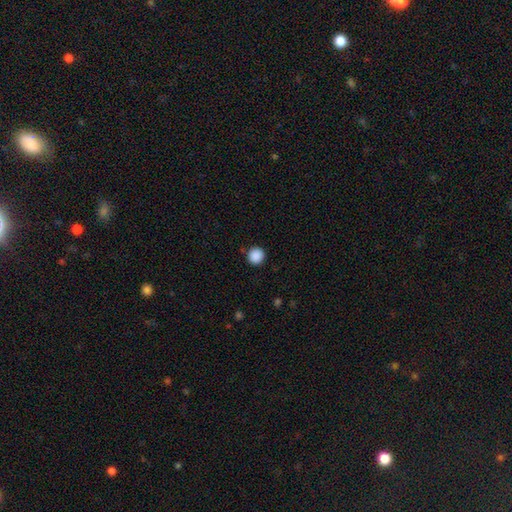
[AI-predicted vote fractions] Overall: smooth (89%). How rounded: round (94%). Merging: none (91%).